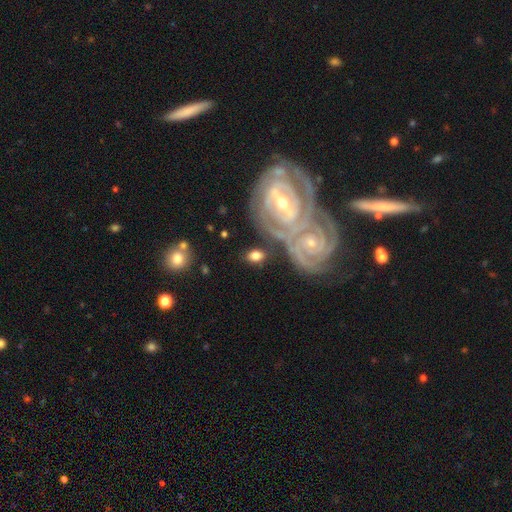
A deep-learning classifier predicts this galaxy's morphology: smooth-or-featured: featured or disk: 51% | smooth: 42% | star or artifact: 7%
  disk-edge-on: no: 93% | yes: 7%
  merging: none: 56% | merger: 24% | minor disturbance: 14% | major disturbance: 6%